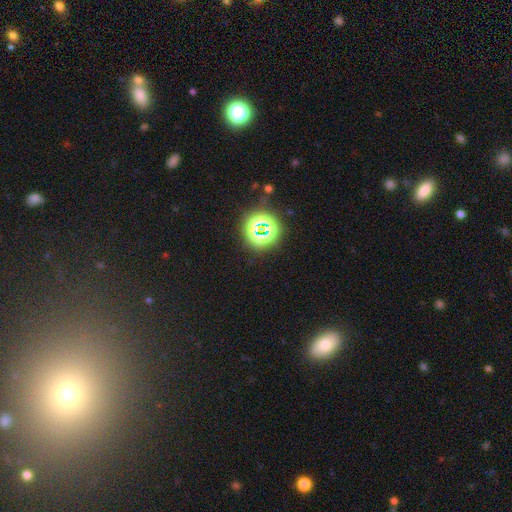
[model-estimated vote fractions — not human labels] smooth-or-featured: star or artifact: 62% | smooth: 26% | featured or disk: 12%